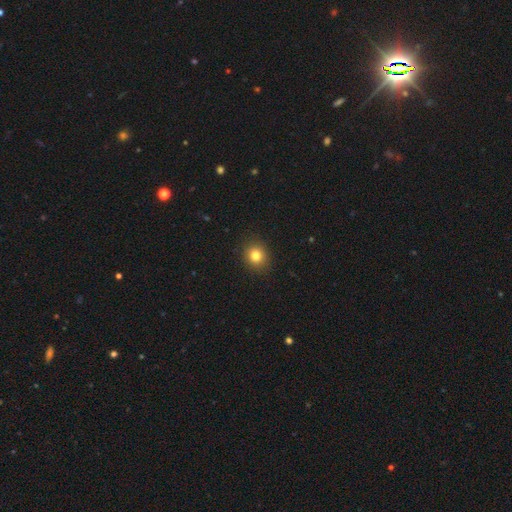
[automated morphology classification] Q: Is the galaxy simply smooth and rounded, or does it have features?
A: smooth — 81%.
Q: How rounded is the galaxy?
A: round — 82%.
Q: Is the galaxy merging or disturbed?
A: none — 90%.